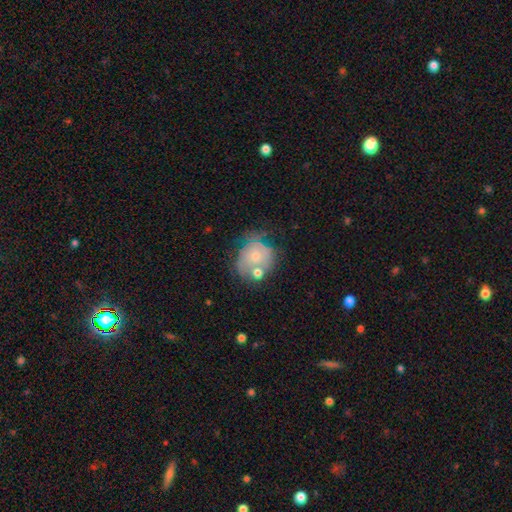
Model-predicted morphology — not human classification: This appears to be a featured or disk galaxy (46%). Merging: none (40%).